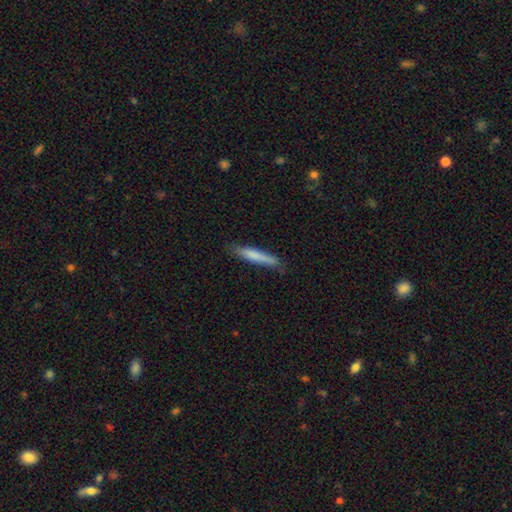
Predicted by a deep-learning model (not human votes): This is likely a smooth galaxy (76%). How rounded: clearly cigar-shaped (92%). Merging: likely none (78%).